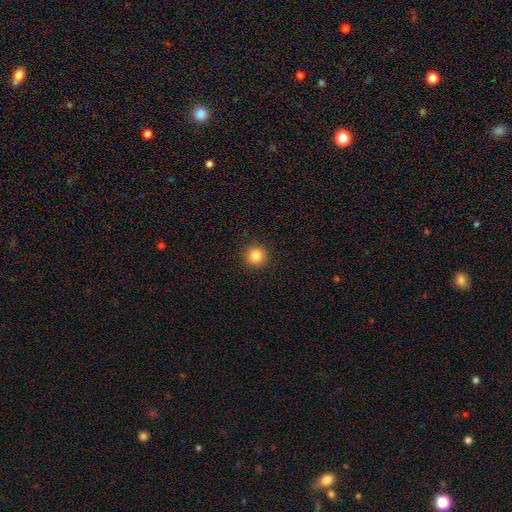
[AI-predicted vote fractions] Overall: smooth (85%). How rounded: round (95%). Merging: none (92%).